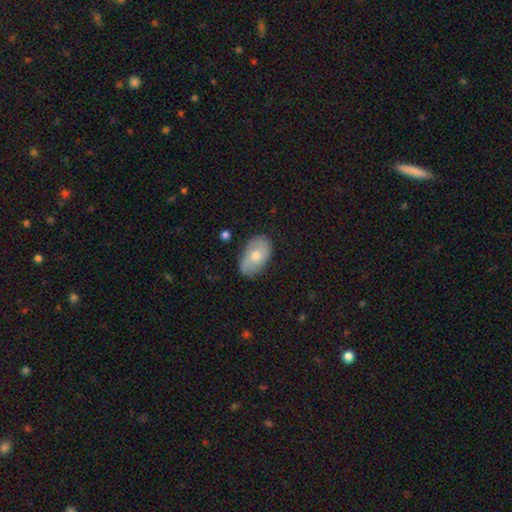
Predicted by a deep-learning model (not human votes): Smooth or featured: smooth — 60% (featured or disk — 33%)
How rounded: in between — 92% (round — 7%)
Merging: none — 79% (minor disturbance — 16%)